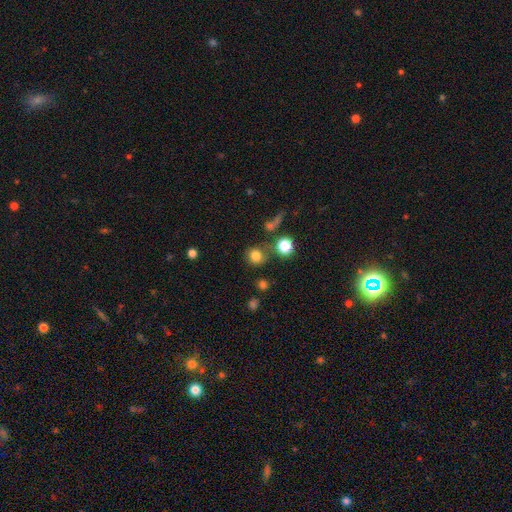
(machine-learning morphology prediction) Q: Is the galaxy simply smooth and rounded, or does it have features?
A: smooth — 79%.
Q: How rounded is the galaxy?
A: round — 88%.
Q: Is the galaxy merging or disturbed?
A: none — 71%.